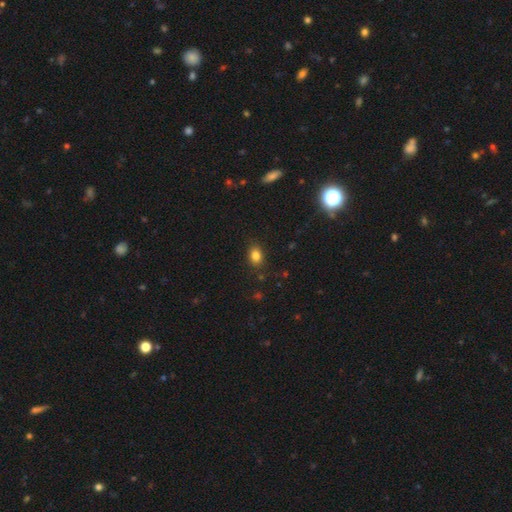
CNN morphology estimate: Smooth or featured? smooth (82%)
How rounded? in between (68%)
Merging? none (85%)